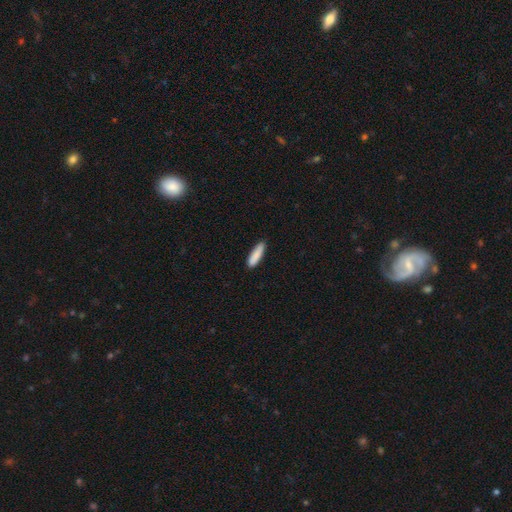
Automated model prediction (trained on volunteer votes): This is clearly a smooth galaxy (88%). How rounded: likely cigar-shaped (70%). Merging: clearly none (87%).